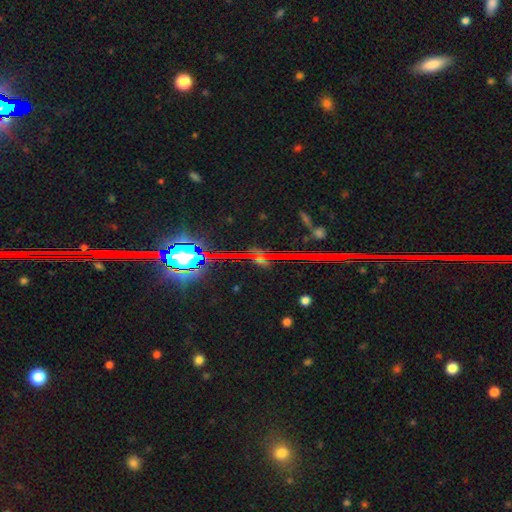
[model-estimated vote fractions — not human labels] Smooth or featured?
  - star or artifact: 85% *
  - smooth: 8%
  - featured or disk: 7%